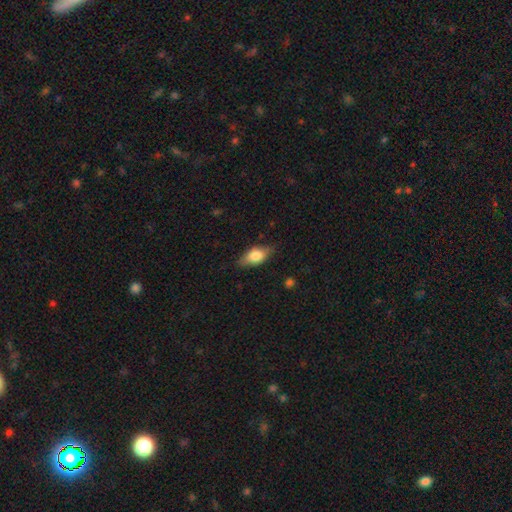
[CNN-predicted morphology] Smooth or featured? smooth (67%)
How rounded? in between (83%)
Merging? none (77%)